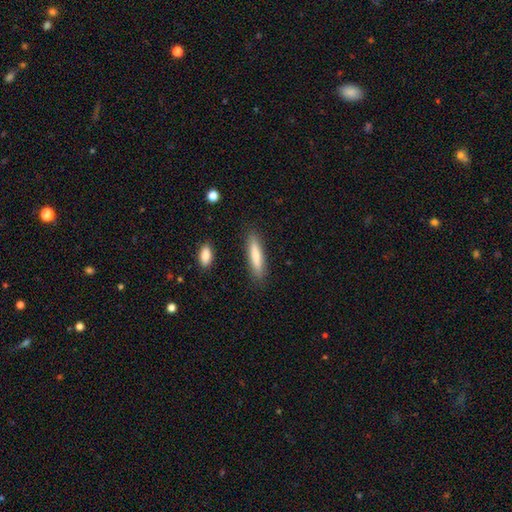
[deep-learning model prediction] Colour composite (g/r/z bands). It shows a smooth galaxy with no disk features (76%) that is cigar-shaped (83%). Merging: none (87%).